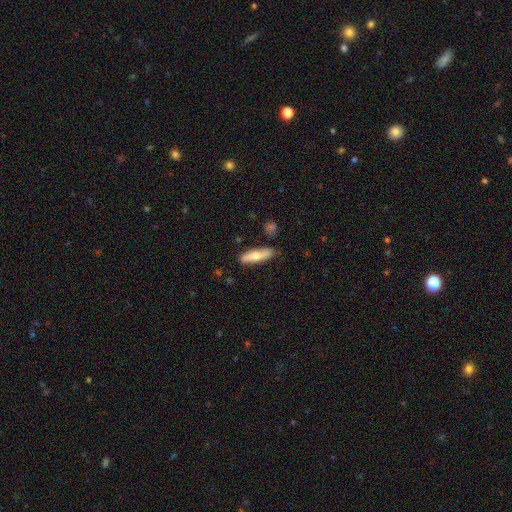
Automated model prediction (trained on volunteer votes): Q: Smooth or featured?
A: smooth (60%); runner-up: featured or disk (35%)
Q: How rounded?
A: cigar-shaped (69%); runner-up: in between (28%)
Q: Merging?
A: none (81%); runner-up: minor disturbance (14%)